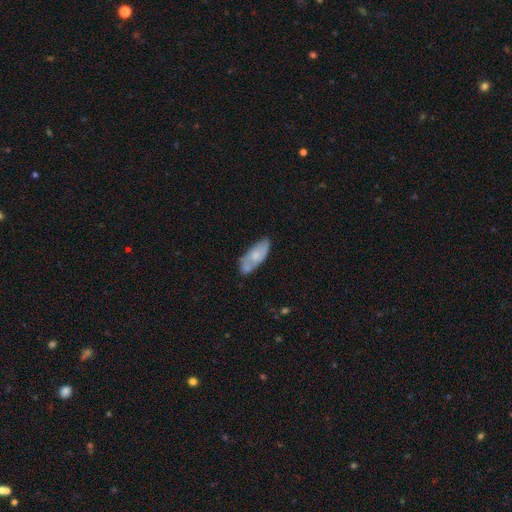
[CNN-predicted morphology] Q: Smooth or featured?
A: smooth (60%); runner-up: featured or disk (33%)
Q: How rounded?
A: in between (74%); runner-up: cigar-shaped (24%)
Q: Merging?
A: none (57%); runner-up: minor disturbance (26%)